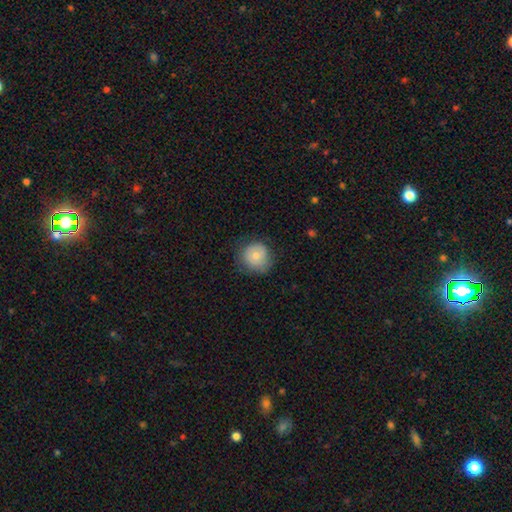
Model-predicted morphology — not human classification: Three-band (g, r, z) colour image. It shows a smooth galaxy with no disk features (76%) that is round (89%). Merging: none (72%).